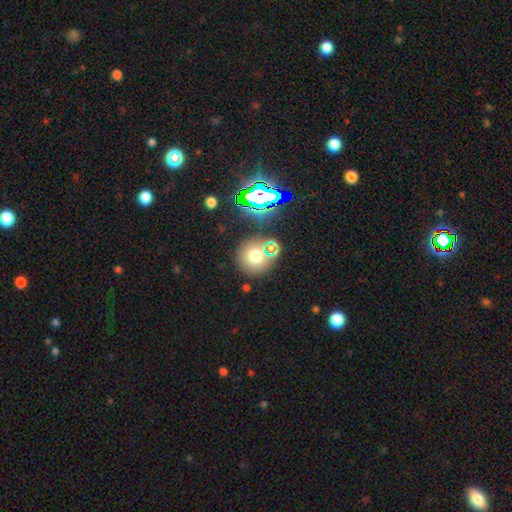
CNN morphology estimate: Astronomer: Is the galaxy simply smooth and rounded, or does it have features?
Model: smooth — 66%.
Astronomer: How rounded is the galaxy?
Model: round — 92%.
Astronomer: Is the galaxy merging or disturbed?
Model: none — 79%.